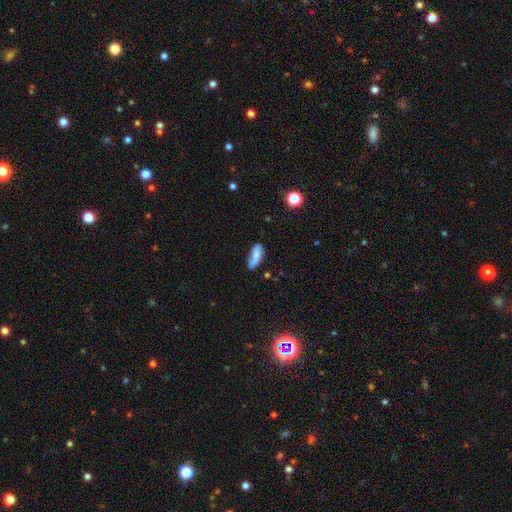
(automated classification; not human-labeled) smooth-or-featured: smooth: 70% | featured or disk: 21% | star or artifact: 9%
  how-rounded: in between: 70% | cigar-shaped: 27% | round: 3%
  merging: none: 48% | minor disturbance: 32% | major disturbance: 13% | merger: 8%